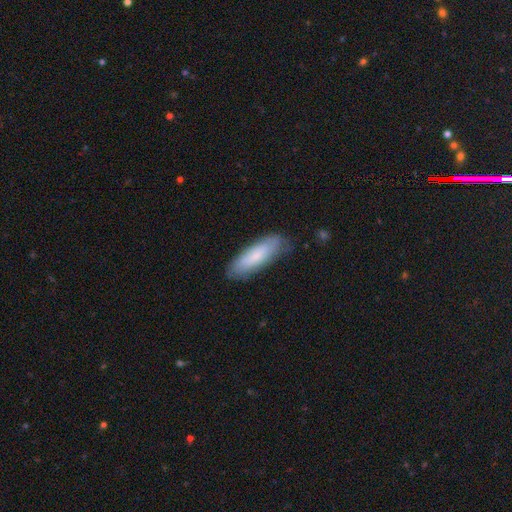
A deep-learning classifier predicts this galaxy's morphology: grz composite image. It shows a smooth galaxy with no disk features (76%) that is cigar-shaped (51%). Merging: none (80%).